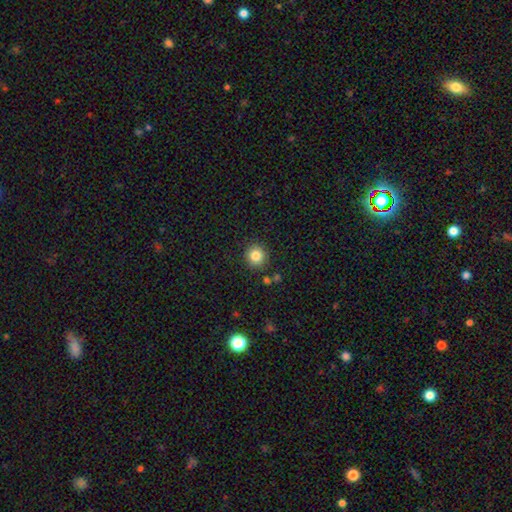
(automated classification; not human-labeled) smooth 83%, star or artifact 11%, featured or disk 6%. Down the decision tree: how rounded — round (91%); merging — none (88%).